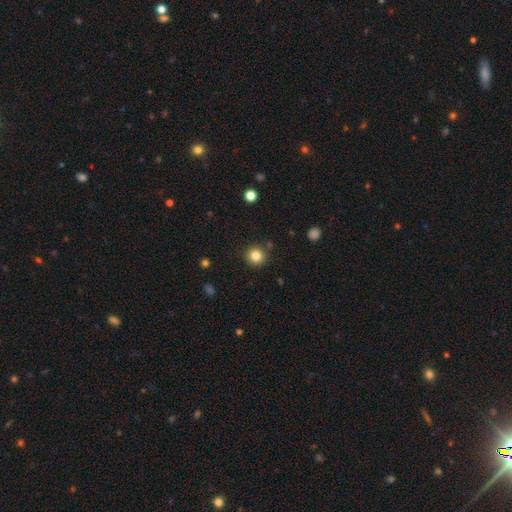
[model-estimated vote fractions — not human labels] A smooth galaxy with no disk features (83%) that is round (93%). Merging: none (88%).